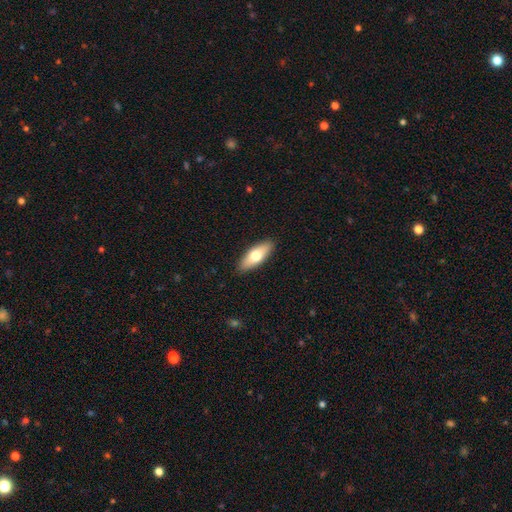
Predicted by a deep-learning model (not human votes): smooth-or-featured: smooth: 67% | featured or disk: 27% | star or artifact: 6%
  how-rounded: in between: 72% | cigar-shaped: 25% | round: 3%
  merging: none: 90% | minor disturbance: 8% | major disturbance: 2% | merger: 1%